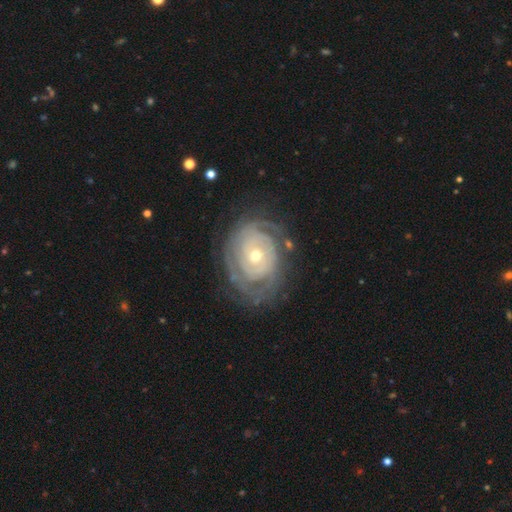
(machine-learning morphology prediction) Q: Smooth or featured?
A: featured or disk (85%); runner-up: smooth (9%)
Q: Edge-on disk?
A: no (97%); runner-up: yes (3%)
Q: Bar?
A: no (80%); runner-up: weak (15%)
Q: Spiral arms?
A: yes (90%); runner-up: no (10%)
Q: Spiral winding?
A: tight (80%); runner-up: medium (15%)
Q: Spiral arm count?
A: can't tell (43%); runner-up: 2 (21%)
Q: Bulge size?
A: moderate (48%); tied with: small (48%)
Q: Merging?
A: none (70%); runner-up: minor disturbance (19%)